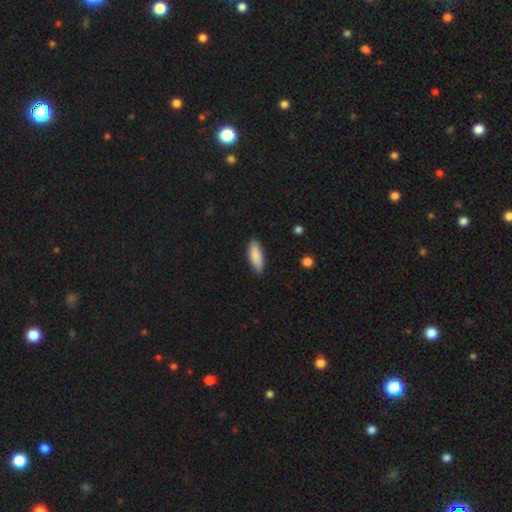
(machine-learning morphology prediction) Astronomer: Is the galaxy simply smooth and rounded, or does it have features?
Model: smooth — 86%.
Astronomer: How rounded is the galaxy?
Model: in between — 66%.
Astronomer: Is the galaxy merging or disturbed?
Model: none — 87%.